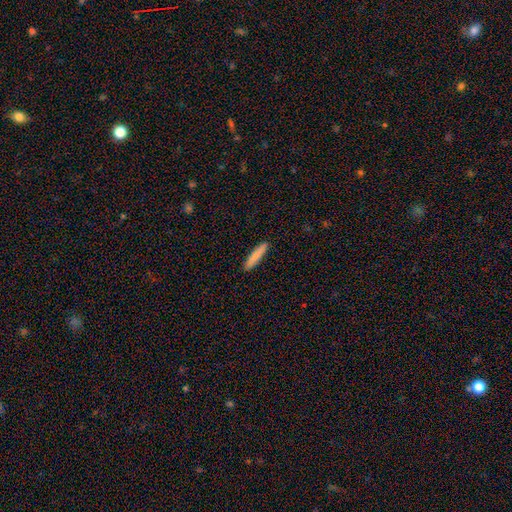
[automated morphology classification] This appears to be a smooth galaxy with no disk features (82%) that is cigar-shaped (89%). Merging: none (91%).